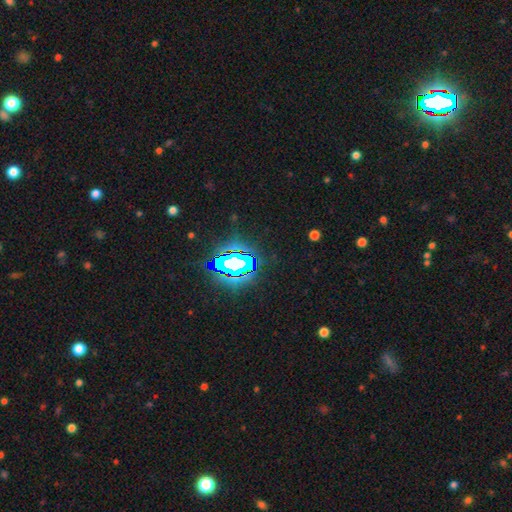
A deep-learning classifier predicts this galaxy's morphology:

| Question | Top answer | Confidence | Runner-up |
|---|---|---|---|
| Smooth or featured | star or artifact | 78% | smooth (12%) |